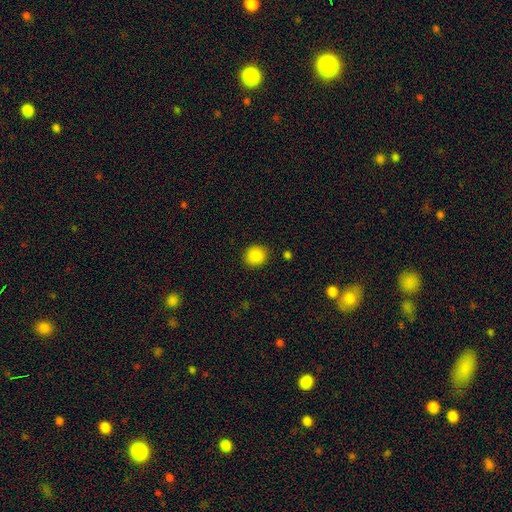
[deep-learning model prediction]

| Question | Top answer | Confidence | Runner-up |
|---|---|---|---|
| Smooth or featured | smooth | 88% | star or artifact (9%) |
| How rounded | round | 81% | in between (18%) |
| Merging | none | 88% | minor disturbance (8%) |